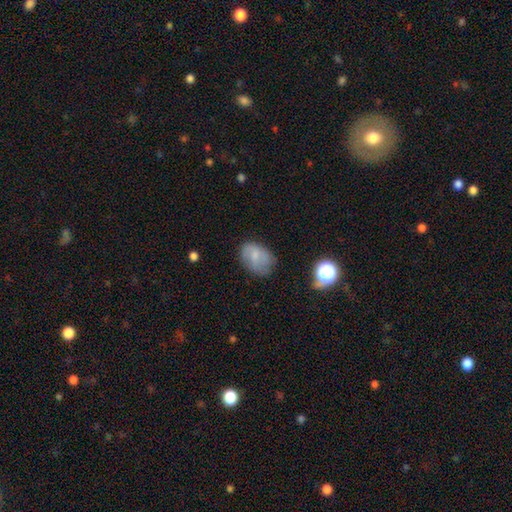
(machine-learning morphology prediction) Smooth or featured? Predicted: smooth (p=0.67). How rounded? Predicted: in between (p=0.77). Merging? Predicted: none (p=0.61).